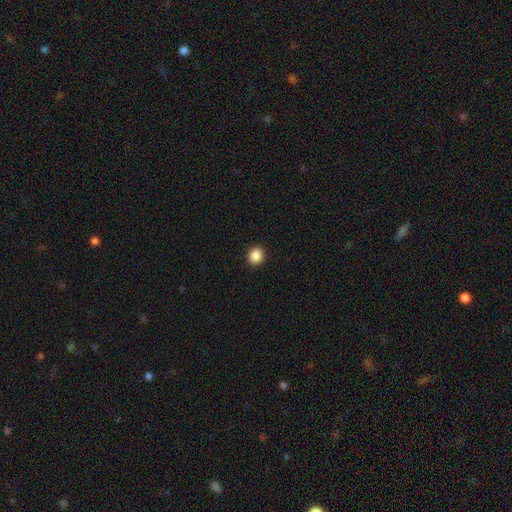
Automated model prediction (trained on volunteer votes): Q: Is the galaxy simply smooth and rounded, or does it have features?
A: smooth — 88%.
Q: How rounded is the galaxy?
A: round — 78%.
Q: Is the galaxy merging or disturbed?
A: none — 92%.